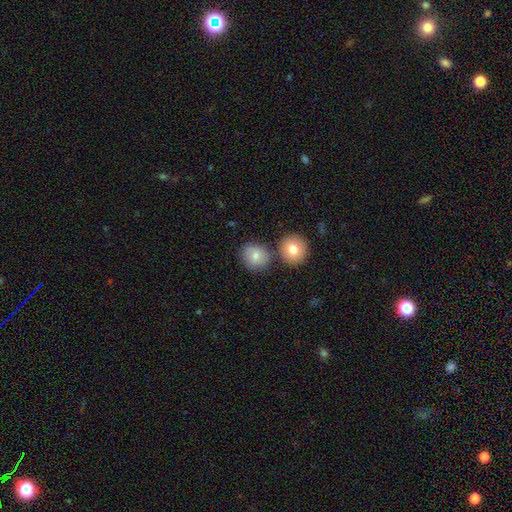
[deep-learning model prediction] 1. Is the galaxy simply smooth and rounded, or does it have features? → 79% smooth, 12% featured or disk, 9% star or artifact.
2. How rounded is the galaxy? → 81% round, 18% in between, 1% cigar-shaped.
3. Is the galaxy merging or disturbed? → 69% none, 14% merger, 13% minor disturbance, 4% major disturbance.